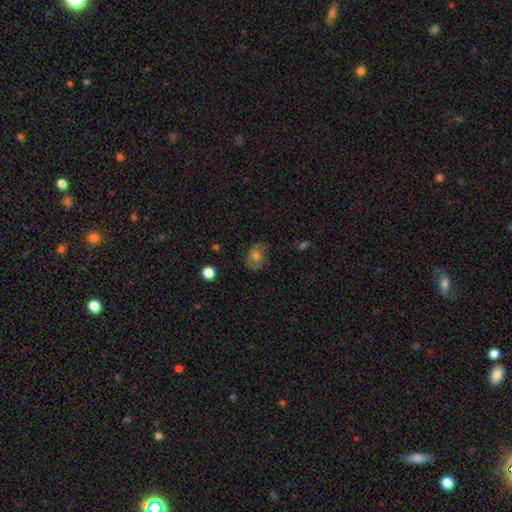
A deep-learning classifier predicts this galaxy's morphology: A smooth galaxy with no disk features (55%) that is in between round and cigar-shaped (58%). Merging: none (68%).